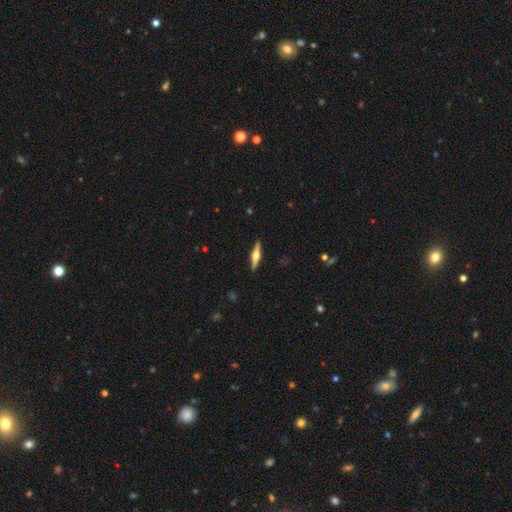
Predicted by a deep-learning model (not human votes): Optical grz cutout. It shows a featured or disk galaxy (66%) viewed edge-on (97%) with a rounded central bulge (94%). Merging: none (91%).